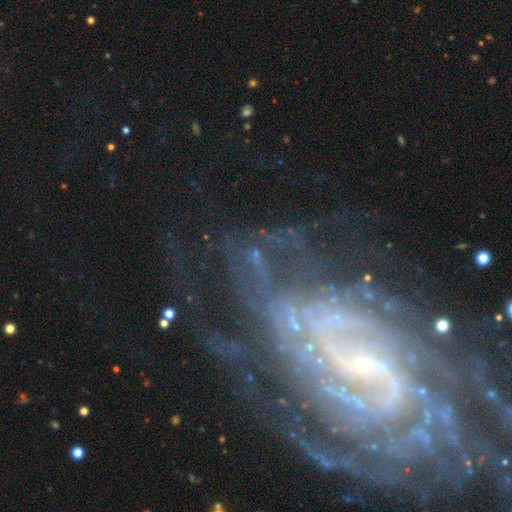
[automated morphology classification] This is likely a featured or disk galaxy (79%). It is clearly not viewed edge-on (96%). Bar: marginally no (40%). Spiral arm pattern: clearly yes (86%). Spiral arm count: marginally can't tell (31%). Spiral winding: possibly tight (46%). Central bulge: likely small (70%). Merging: possibly none (54%).